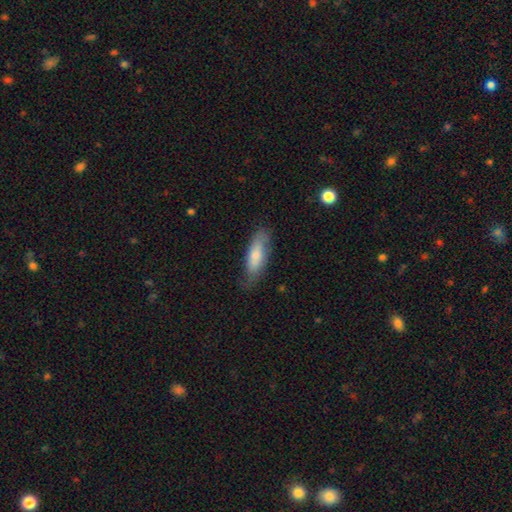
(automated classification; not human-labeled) Smooth or featured: smooth — 75% (featured or disk — 20%)
How rounded: in between — 57% (cigar-shaped — 41%)
Merging: none — 71% (minor disturbance — 22%)